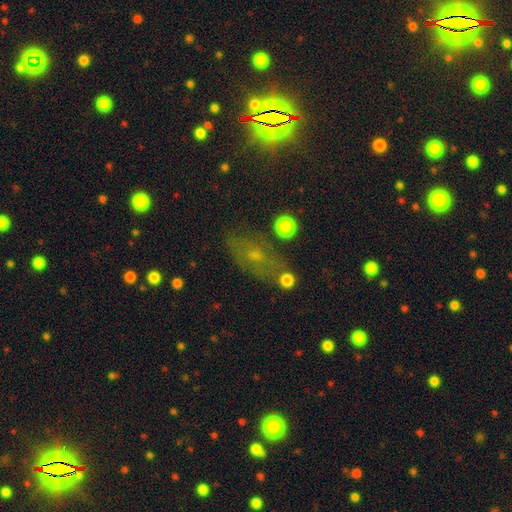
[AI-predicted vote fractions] Morphology: type=star or artifact (40%).